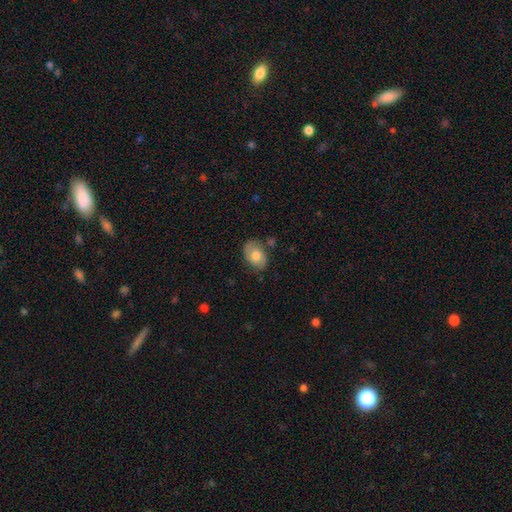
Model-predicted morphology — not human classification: Smooth or featured?
  - smooth: 68% *
  - featured or disk: 25%
  - star or artifact: 7%
How rounded?
  - in between: 81% *
  - round: 18%
  - cigar-shaped: 1%
Merging?
  - none: 71% *
  - minor disturbance: 20%
  - major disturbance: 5%
  - merger: 4%